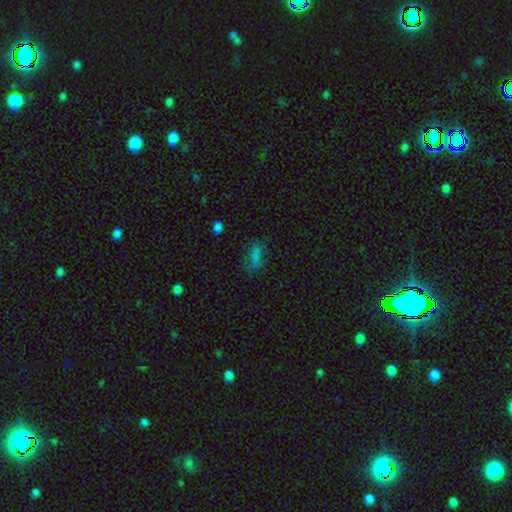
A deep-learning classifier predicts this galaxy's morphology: smooth-or-featured: smooth: 72% | star or artifact: 19% | featured or disk: 10%
  how-rounded: in between: 60% | cigar-shaped: 35% | round: 5%
  merging: none: 73% | minor disturbance: 18% | major disturbance: 6% | merger: 3%